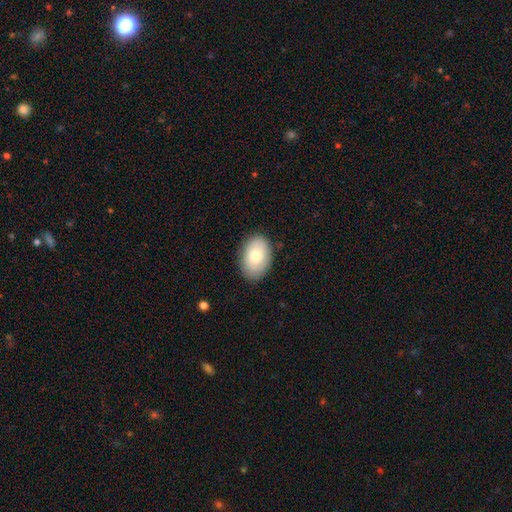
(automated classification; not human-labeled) The model was most divided on "smooth or featured": smooth: 77%, featured or disk: 16%, star or artifact: 7%. More confident: merging — none (87%); how rounded — in between (85%).